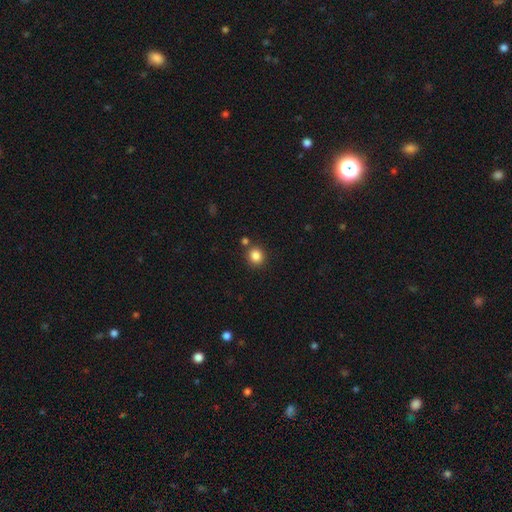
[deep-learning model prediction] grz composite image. It shows a smooth galaxy with no disk features (85%) that is round (84%). Merging: none (81%).